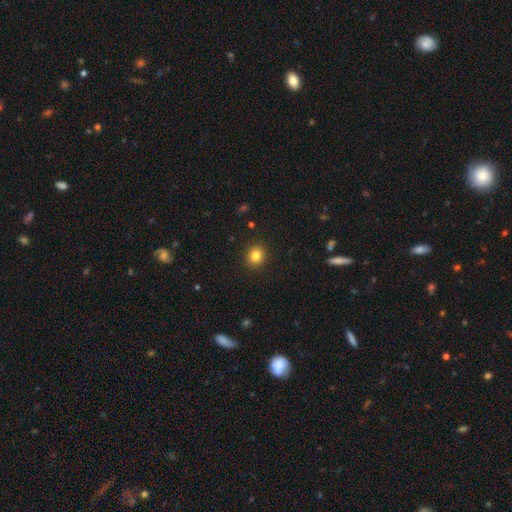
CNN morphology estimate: This is clearly a smooth galaxy (83%). How rounded: clearly round (83%). Merging: clearly none (91%).